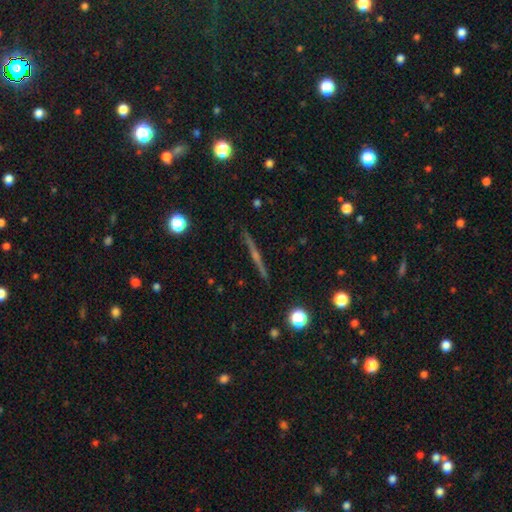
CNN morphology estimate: smooth_or_featured: featured or disk (p=0.74) [alt: smooth p=0.17]
disk_edge_on: yes (p=0.98) [alt: no p=0.02]
edge_on_bulge: rounded (p=0.70) [alt: none p=0.23]
merging: none (p=0.92) [alt: minor disturbance p=0.06]